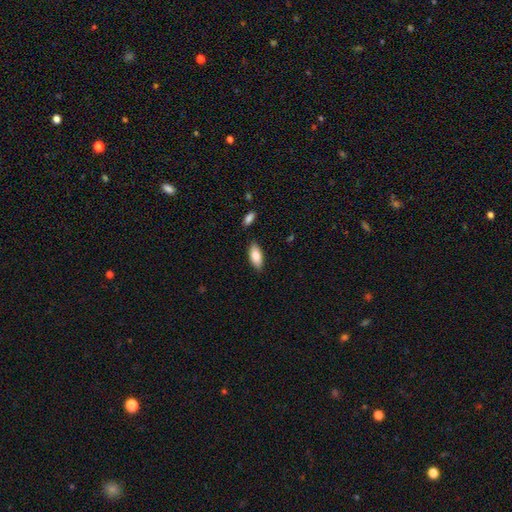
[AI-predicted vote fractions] A smooth galaxy with no disk features (84%) that is in between round and cigar-shaped (86%). Merging: none (84%).